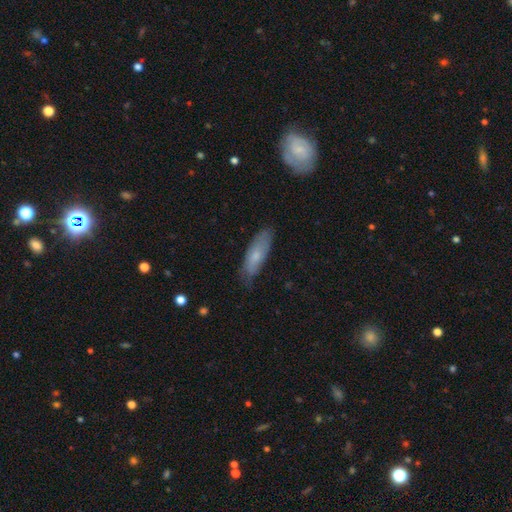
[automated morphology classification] Smooth or featured: smooth — 65% (featured or disk — 29%)
How rounded: in between — 55% (cigar-shaped — 43%)
Merging: none — 70% (minor disturbance — 24%)